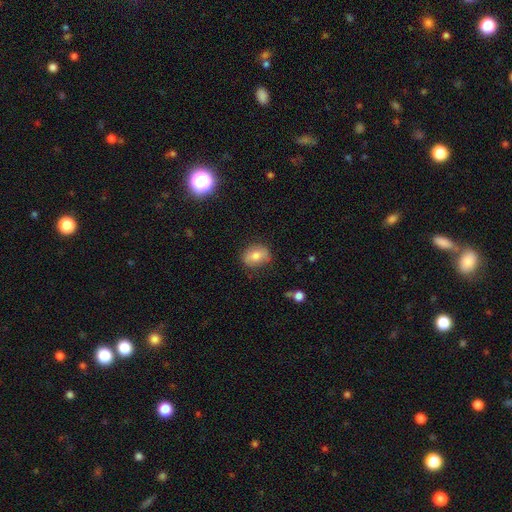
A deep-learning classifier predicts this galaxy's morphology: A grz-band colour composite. It shows a smooth galaxy with no disk features (73%) that is in between round and cigar-shaped (57%). Merging: none (79%).